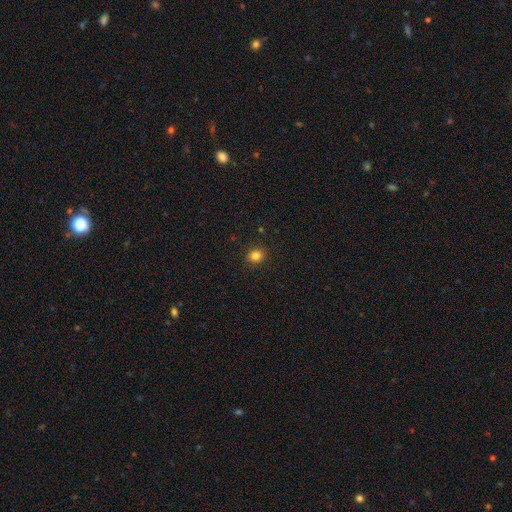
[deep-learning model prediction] Morphology: type=smooth (82%); roundness=round (85%); merging=none (91%).